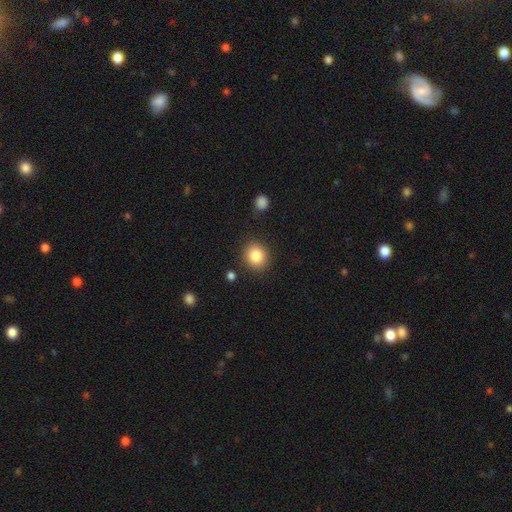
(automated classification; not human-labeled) Morphology: type=smooth (85%); roundness=round (78%); merging=none (86%).